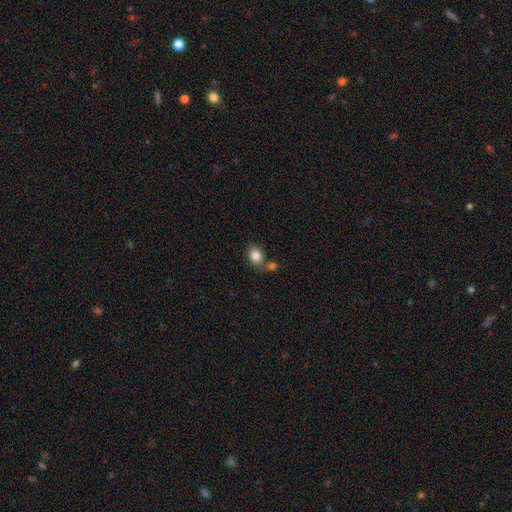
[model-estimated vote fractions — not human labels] smooth-or-featured: smooth: 84% | star or artifact: 9% | featured or disk: 7%
  how-rounded: in between: 53% | round: 46% | cigar-shaped: 1%
  merging: none: 58% | merger: 26% | minor disturbance: 13% | major disturbance: 4%